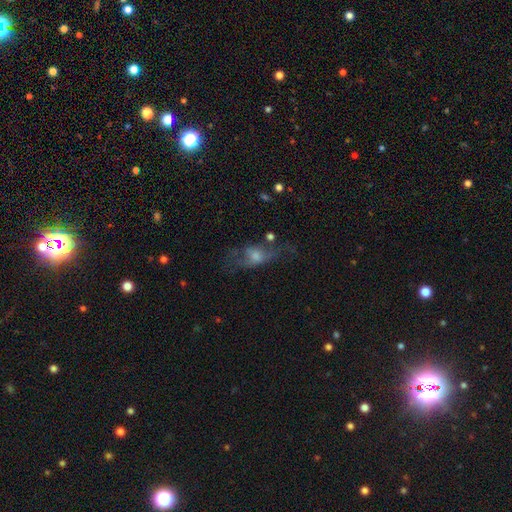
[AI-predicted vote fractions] smooth-or-featured: featured or disk: 49% | smooth: 35% | star or artifact: 15%
  merging: none: 49% | major disturbance: 26% | minor disturbance: 22% | merger: 4%